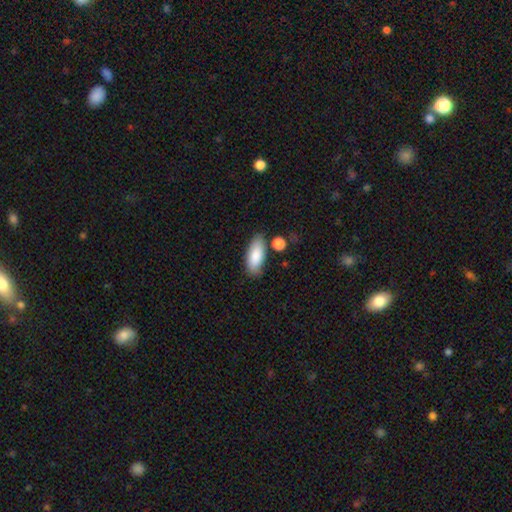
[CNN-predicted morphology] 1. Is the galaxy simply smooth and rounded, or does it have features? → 86% smooth, 8% featured or disk, 6% star or artifact.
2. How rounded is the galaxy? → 83% in between, 15% cigar-shaped, 2% round.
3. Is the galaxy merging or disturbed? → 76% none, 14% minor disturbance, 7% merger, 3% major disturbance.